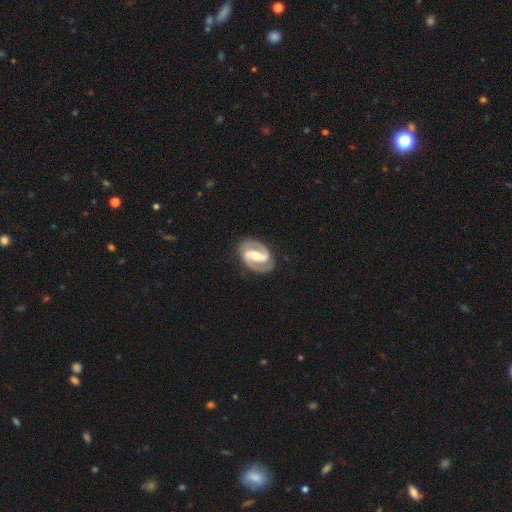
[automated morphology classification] Q: Smooth or featured?
A: featured or disk (91%); runner-up: smooth (6%)
Q: Edge-on disk?
A: no (98%); runner-up: yes (2%)
Q: Bar?
A: strong (65%); runner-up: weak (26%)
Q: Spiral arms?
A: yes (96%); runner-up: no (4%)
Q: Spiral winding?
A: medium (51%); runner-up: tight (36%)
Q: Spiral arm count?
A: 2 (94%); runner-up: can't tell (2%)
Q: Bulge size?
A: moderate (61%); runner-up: small (29%)
Q: Merging?
A: none (86%); runner-up: minor disturbance (10%)